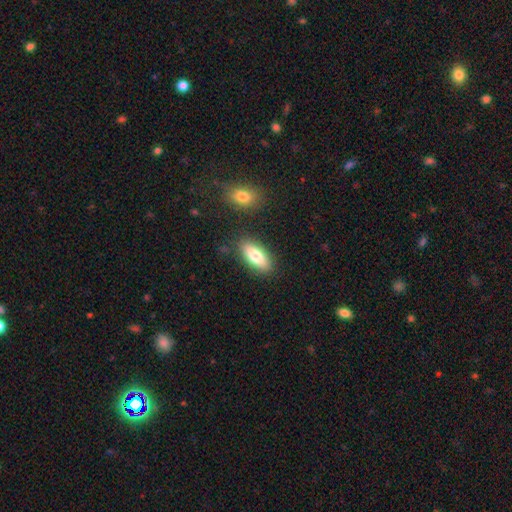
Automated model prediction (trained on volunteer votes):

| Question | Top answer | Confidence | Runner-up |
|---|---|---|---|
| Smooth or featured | smooth | 74% | featured or disk (19%) |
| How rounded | in between | 79% | cigar-shaped (18%) |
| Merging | none | 84% | minor disturbance (10%) |